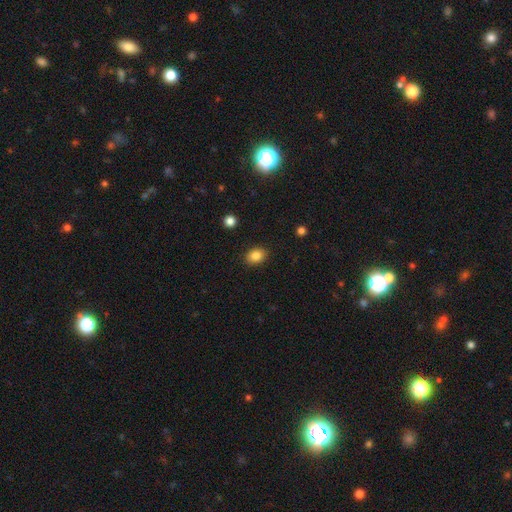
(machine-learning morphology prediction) Smooth or featured: smooth — 85% (star or artifact — 10%)
How rounded: in between — 63% (round — 36%)
Merging: none — 89% (minor disturbance — 8%)